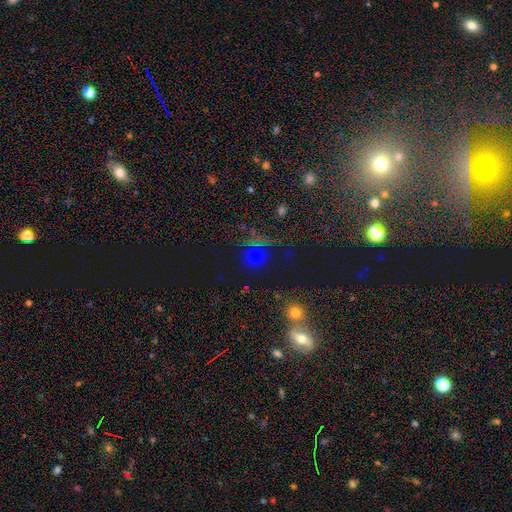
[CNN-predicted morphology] Overall: smooth (56%; star or artifact 35%). How rounded: round (87%). Merging: none (69%).